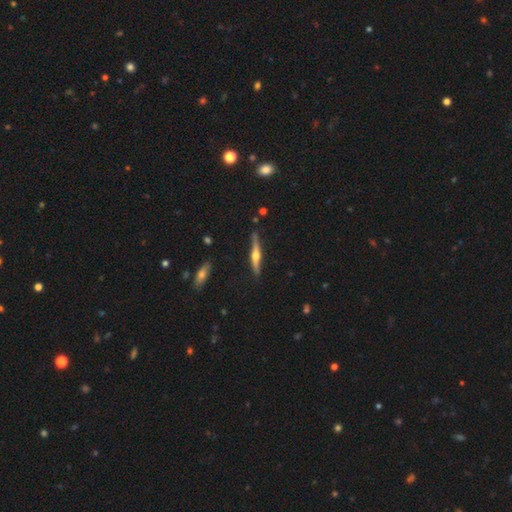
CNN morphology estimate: This is likely a featured or disk galaxy (69%). It is clearly viewed edge-on (96%). Edge-on bulge: clearly rounded (92%). Merging: clearly none (85%).